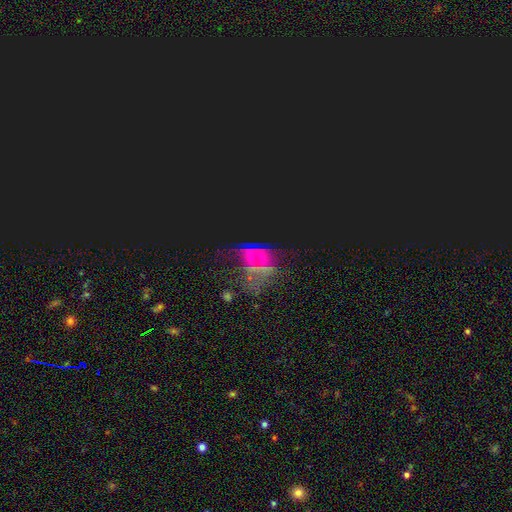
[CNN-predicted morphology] type=star or artifact (54%).